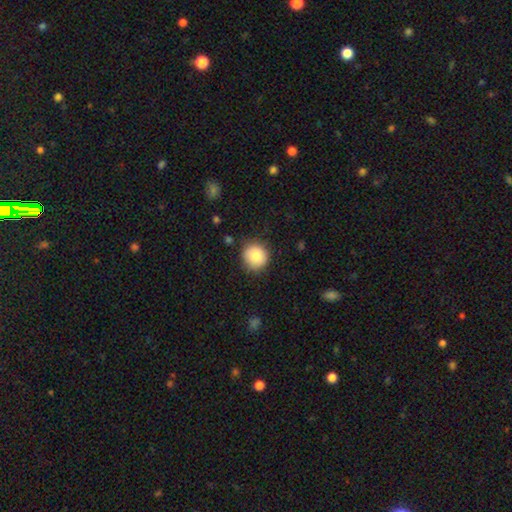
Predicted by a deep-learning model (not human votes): smooth 83%, star or artifact 9%, featured or disk 8%. Down the decision tree: how rounded — round (92%); merging — none (85%).